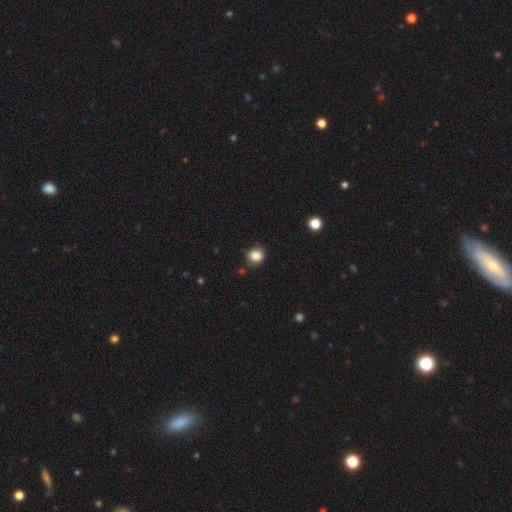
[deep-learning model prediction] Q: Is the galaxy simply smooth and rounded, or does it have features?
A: smooth — 86%.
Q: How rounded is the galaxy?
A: round — 75%.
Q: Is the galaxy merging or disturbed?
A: none — 75%.